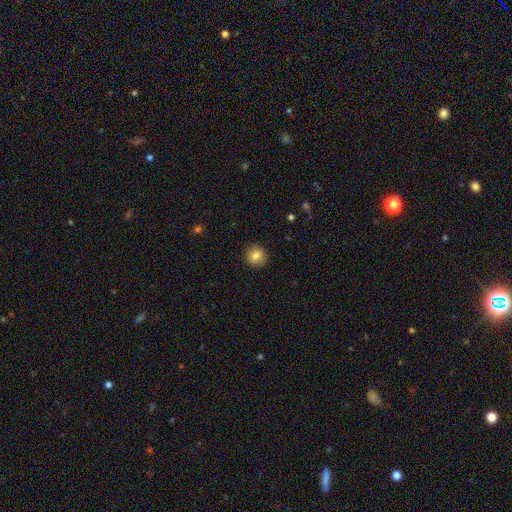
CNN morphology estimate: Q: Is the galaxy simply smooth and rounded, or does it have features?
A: smooth — 85%.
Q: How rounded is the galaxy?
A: round — 91%.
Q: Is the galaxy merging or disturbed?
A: none — 91%.